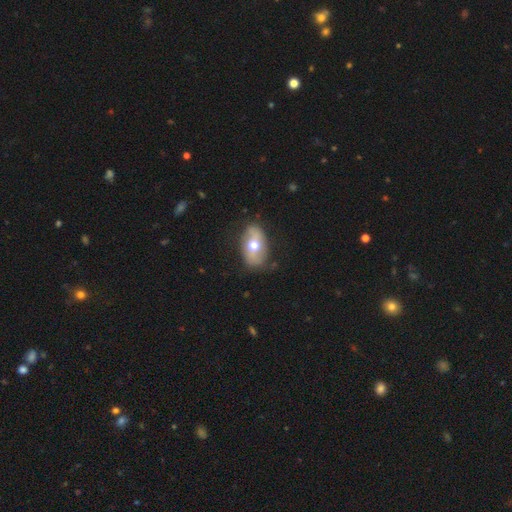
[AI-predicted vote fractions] Smooth or featured? smooth (50%)
Merging? none (79%)